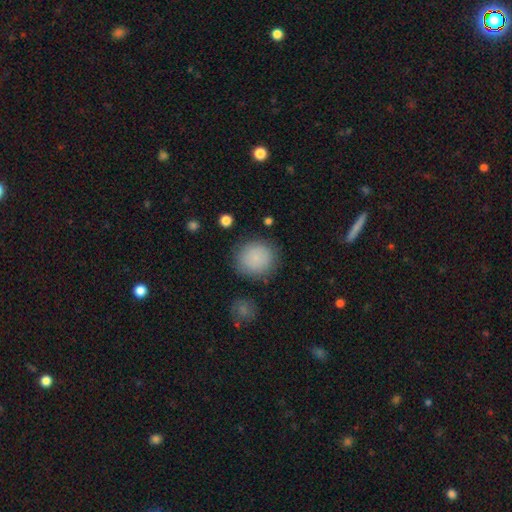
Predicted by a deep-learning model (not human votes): Overall: smooth (85%). How rounded: round (87%). Merging: none (85%).